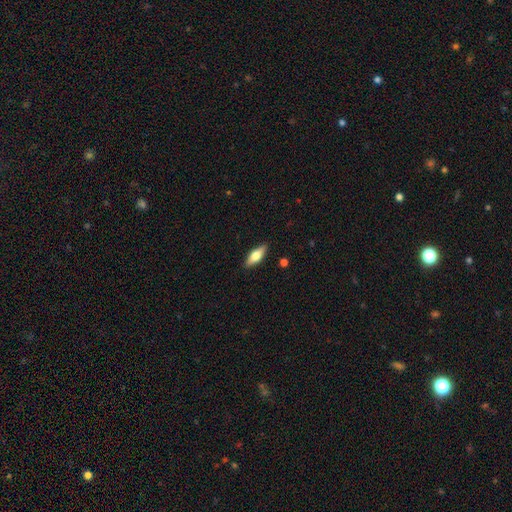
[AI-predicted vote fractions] This is likely a smooth galaxy (61%). How rounded: likely in between (63%). Merging: clearly none (88%).